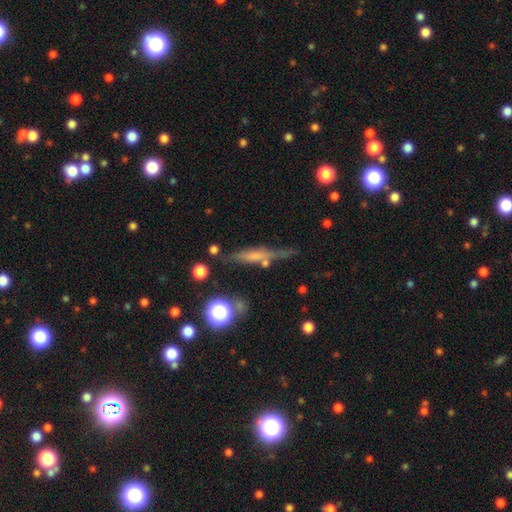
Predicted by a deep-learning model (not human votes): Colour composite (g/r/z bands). It shows a featured or disk galaxy (48%). Merging: none (68%).